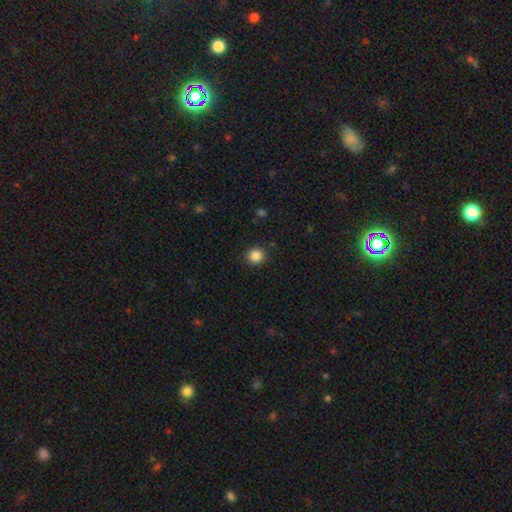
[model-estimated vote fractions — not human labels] A smooth galaxy with no disk features (86%) that is round (93%).

Vote fractions:
- Smooth or featured? smooth: 86% / star or artifact: 11% / featured or disk: 3%
- How rounded? round: 93% / in between: 6% / cigar-shaped: 1%
- Merging? none: 91% / minor disturbance: 6% / major disturbance: 2% / merger: 1%